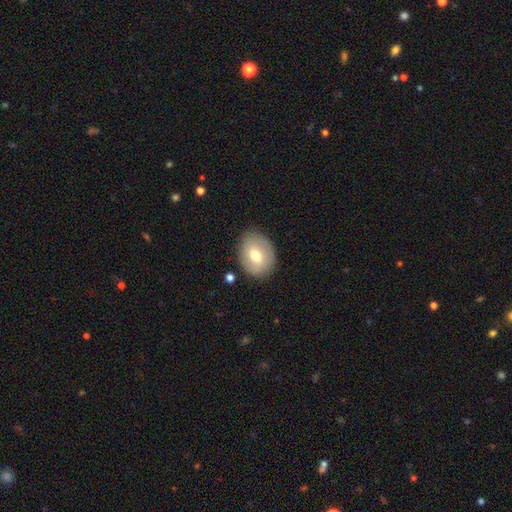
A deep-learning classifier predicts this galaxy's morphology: Smooth or featured? Predicted: smooth (p=0.64). How rounded? Predicted: in between (p=0.56). Merging? Predicted: none (p=0.82).